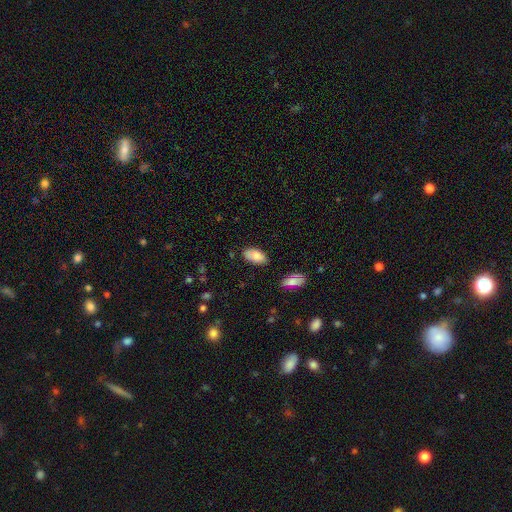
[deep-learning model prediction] Smooth or featured? smooth (83%)
How rounded? in between (94%)
Merging? none (80%)